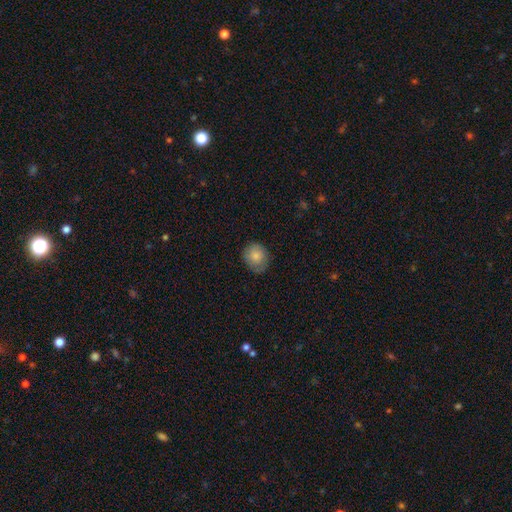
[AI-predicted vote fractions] smooth 81%, featured or disk 11%, star or artifact 7%. Down the decision tree: how rounded — round (73%); merging — none (78%).